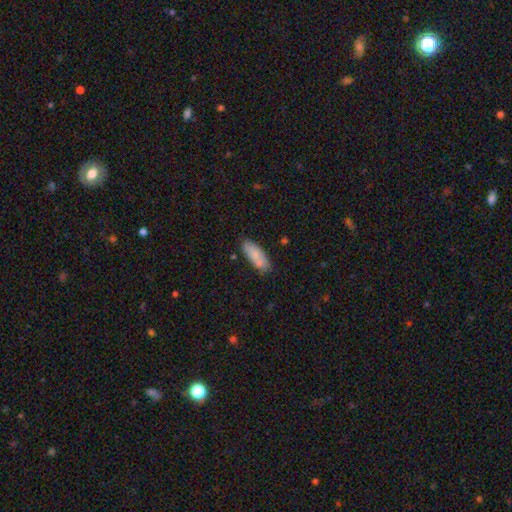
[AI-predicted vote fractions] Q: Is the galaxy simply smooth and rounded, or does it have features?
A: smooth — 78%.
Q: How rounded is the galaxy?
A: in between — 74%.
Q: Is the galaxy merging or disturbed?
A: none — 72%.